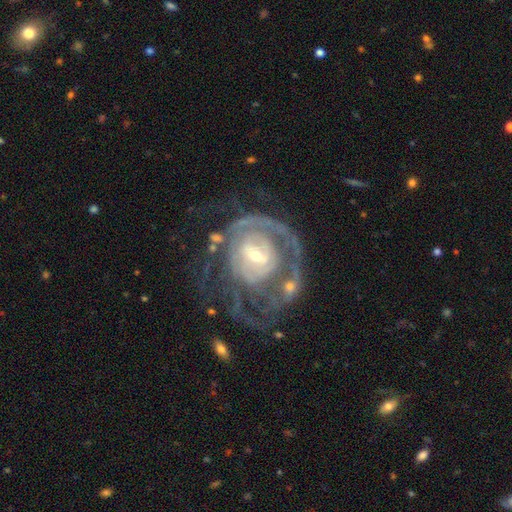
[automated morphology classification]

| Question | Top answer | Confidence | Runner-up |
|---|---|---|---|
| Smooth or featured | featured or disk | 84% | smooth (10%) |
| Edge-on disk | no | 97% | yes (3%) |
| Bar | weak | 44% | no (35%) |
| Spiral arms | yes | 81% | no (19%) |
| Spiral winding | tight | 64% | medium (25%) |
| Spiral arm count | can't tell | 46% | 2 (22%) |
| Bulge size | small | 62% | moderate (32%) |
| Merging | none | 38% | major disturbance (36%) |